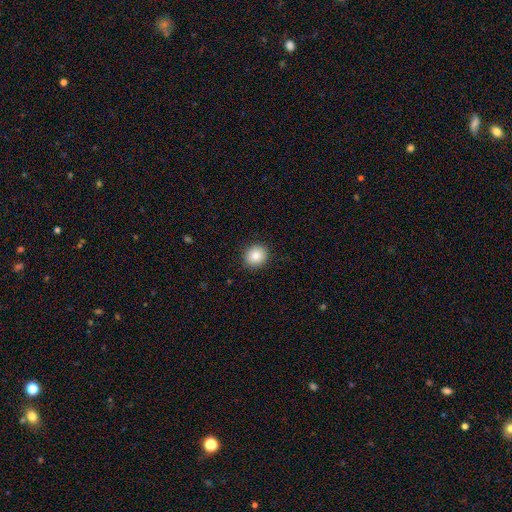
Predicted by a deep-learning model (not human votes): Smooth or featured?
  - smooth: 84% *
  - star or artifact: 9%
  - featured or disk: 6%
How rounded?
  - round: 81% *
  - in between: 18%
  - cigar-shaped: 1%
Merging?
  - none: 90% *
  - minor disturbance: 7%
  - major disturbance: 2%
  - merger: 1%